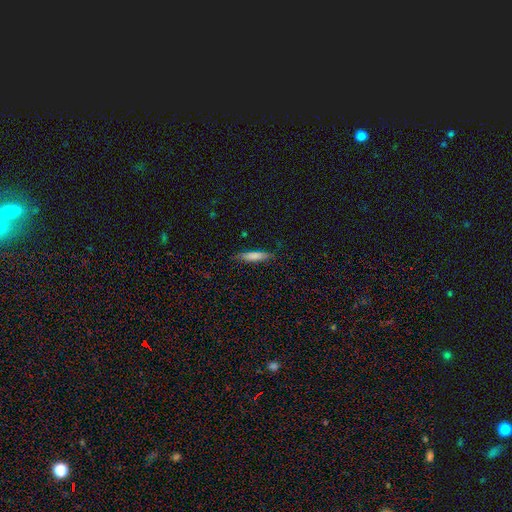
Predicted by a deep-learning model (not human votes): Smooth or featured: smooth — 74% (featured or disk — 19%)
How rounded: cigar-shaped — 79% (in between — 19%)
Merging: none — 79% (minor disturbance — 16%)